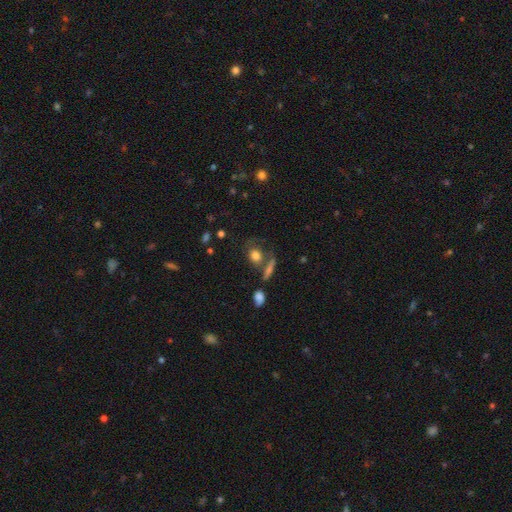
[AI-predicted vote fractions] A smooth galaxy with no disk features (76%) that is round (61%).

Vote fractions:
- Smooth or featured? smooth: 76% / featured or disk: 13% / star or artifact: 11%
- How rounded? round: 61% / in between: 35% / cigar-shaped: 4%
- Merging? none: 57% / minor disturbance: 17% / merger: 16% / major disturbance: 10%